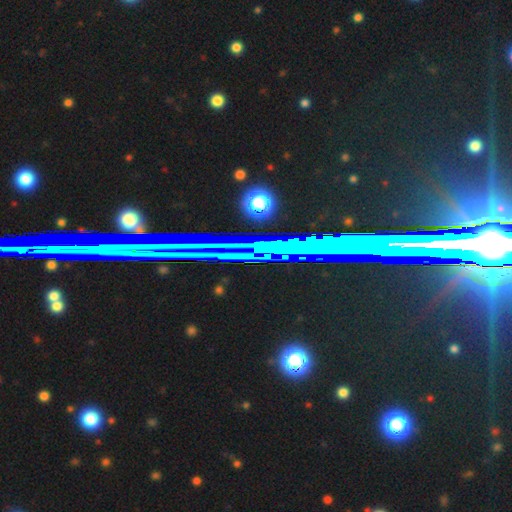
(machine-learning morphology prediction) This appears to be a star or artifact, not a galaxy (74%).